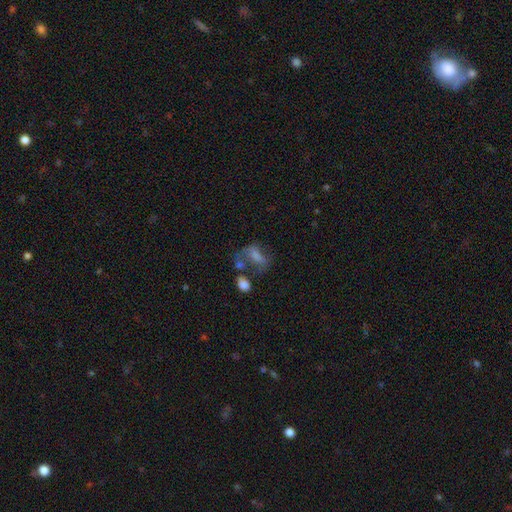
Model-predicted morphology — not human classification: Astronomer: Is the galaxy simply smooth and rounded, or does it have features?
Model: featured or disk — 39%, tied with smooth at 39%.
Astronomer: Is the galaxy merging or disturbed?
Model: none — 35% (runner-up: merger, 26%).